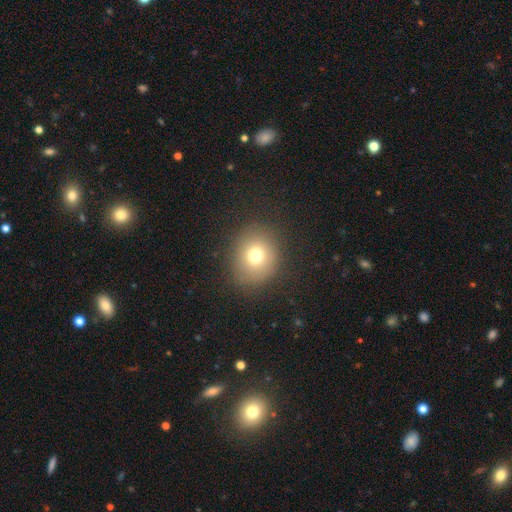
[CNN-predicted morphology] smooth_or_featured: smooth (p=0.73) [alt: star or artifact p=0.15]
how_rounded: round (p=0.80) [alt: in between p=0.19]
merging: none (p=0.85) [alt: minor disturbance p=0.09]